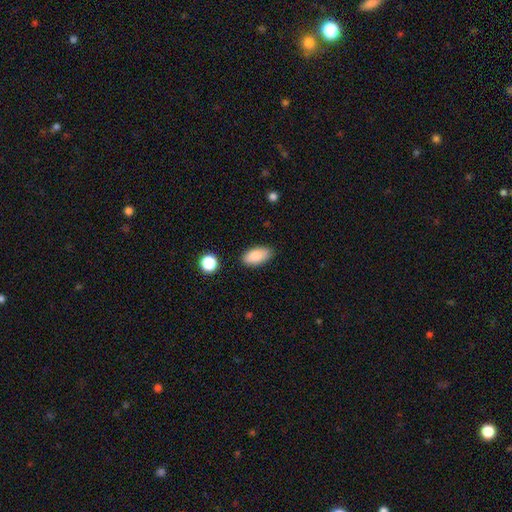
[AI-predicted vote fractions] Smooth or featured?
  - smooth: 87% *
  - star or artifact: 7%
  - featured or disk: 6%
How rounded?
  - in between: 92% *
  - cigar-shaped: 5%
  - round: 3%
Merging?
  - none: 85% *
  - minor disturbance: 11%
  - major disturbance: 2%
  - merger: 2%